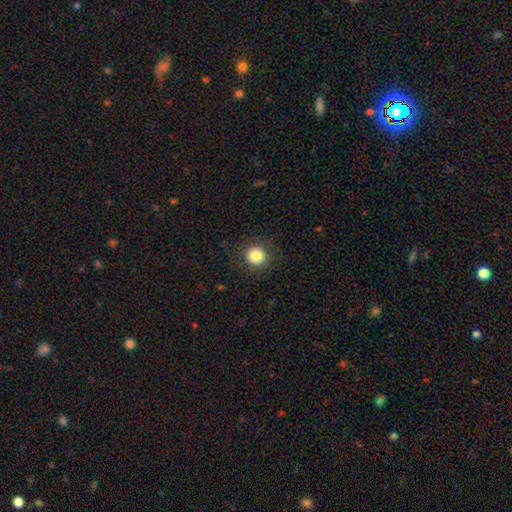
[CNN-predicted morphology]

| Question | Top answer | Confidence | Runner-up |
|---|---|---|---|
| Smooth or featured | smooth | 84% | star or artifact (11%) |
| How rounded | round | 93% | in between (6%) |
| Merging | none | 90% | minor disturbance (7%) |